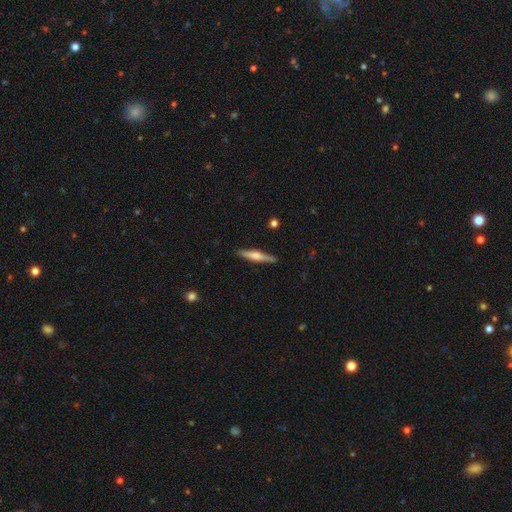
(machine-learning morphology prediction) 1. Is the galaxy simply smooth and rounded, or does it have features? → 50% featured or disk, 44% smooth, 6% star or artifact.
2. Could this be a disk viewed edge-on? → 97% yes, 3% no.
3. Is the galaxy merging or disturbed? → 88% none, 9% minor disturbance, 2% major disturbance, 1% merger.